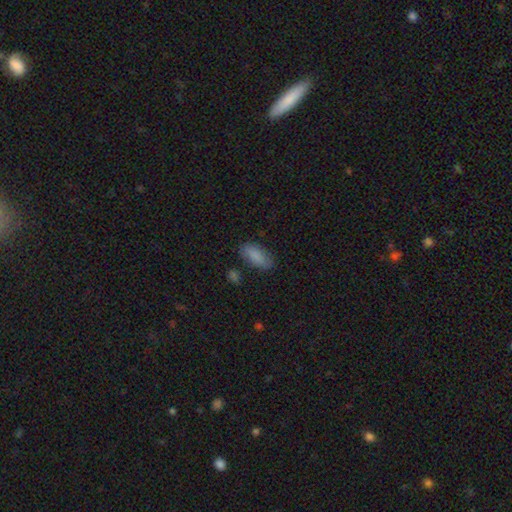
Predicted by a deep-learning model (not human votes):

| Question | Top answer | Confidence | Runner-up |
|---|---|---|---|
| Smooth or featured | smooth | 86% | featured or disk (7%) |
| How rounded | in between | 87% | cigar-shaped (10%) |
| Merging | none | 78% | minor disturbance (15%) |